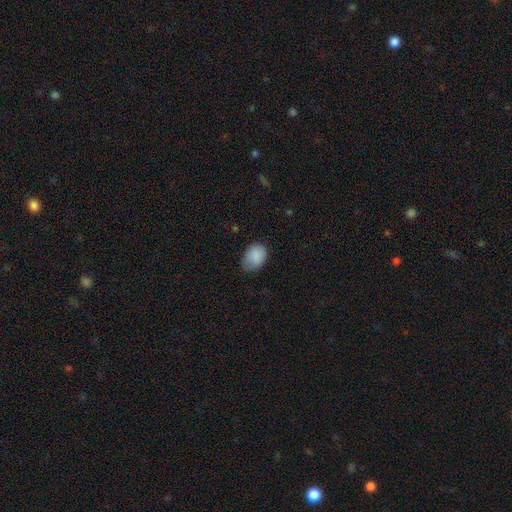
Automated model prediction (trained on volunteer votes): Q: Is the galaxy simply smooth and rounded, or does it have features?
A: smooth — 88%.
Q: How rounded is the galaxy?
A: in between — 77%.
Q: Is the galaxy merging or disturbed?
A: none — 61%.